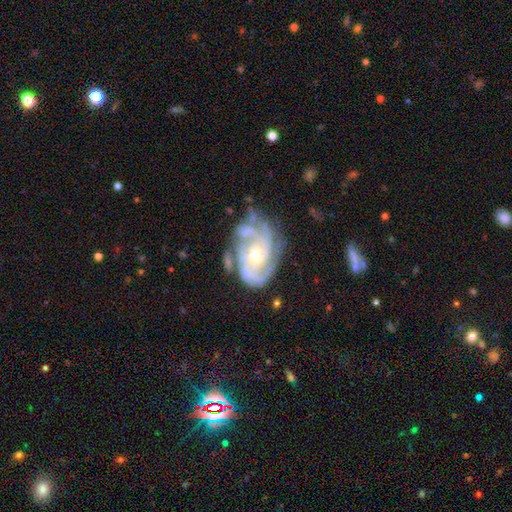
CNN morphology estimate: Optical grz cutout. It shows a featured or disk galaxy (89%) with no bar (67%), 3 (30%) tight (65%) spiral arms (96%) and a moderate central bulge (57%). Merging: none (57%).